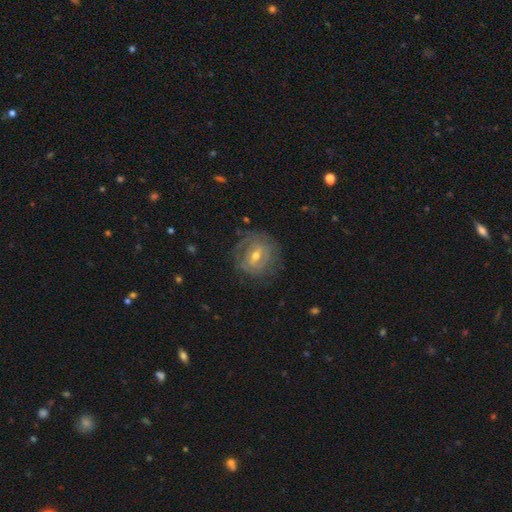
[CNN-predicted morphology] A featured or disk galaxy (73%) with a weak bar (49%), spiral arms (71%) and a moderate central bulge (60%).

Vote fractions:
- Smooth or featured? featured or disk: 73% / smooth: 19% / star or artifact: 8%
- Edge-on disk? no: 95% / yes: 5%
- Bar? weak: 49% / strong: 28% / no: 24%
- Spiral arms? yes: 71% / no: 29%
- Bulge size? moderate: 60% / small: 35% / large: 3% / none: 1% / dominant: 1%
- Merging? none: 73% / minor disturbance: 17% / major disturbance: 9% / merger: 1%